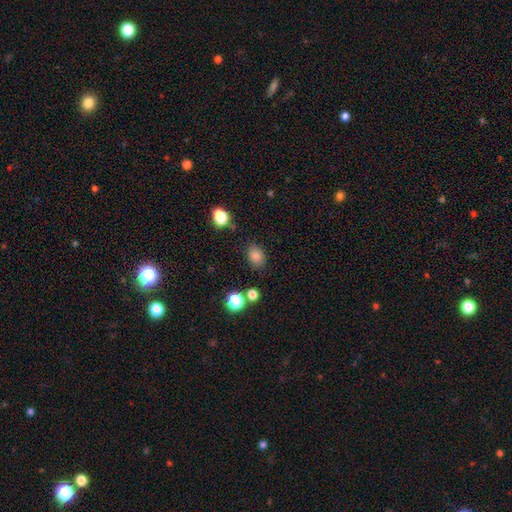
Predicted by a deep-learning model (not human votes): Smooth or featured? smooth (82%)
How rounded? in between (59%)
Merging? none (82%)